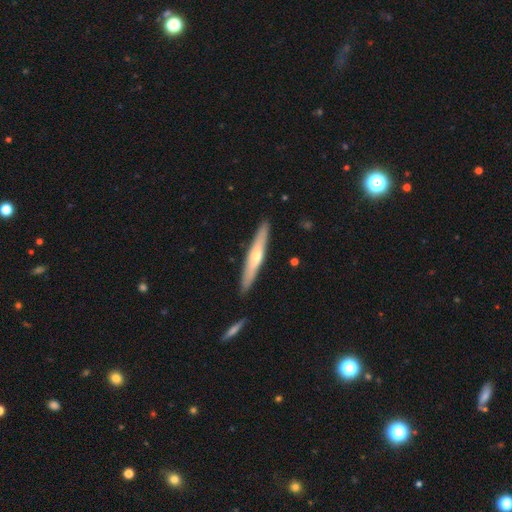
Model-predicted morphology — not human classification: A featured or disk galaxy (56%) viewed edge-on (90%) with a rounded central bulge (79%).

Vote fractions:
- Smooth or featured? featured or disk: 56% / smooth: 39% / star or artifact: 6%
- Edge-on disk? yes: 90% / no: 10%
- Edge-on bulge? rounded: 79% / none: 19% / boxy: 3%
- Merging? none: 89% / minor disturbance: 7% / merger: 2% / major disturbance: 1%